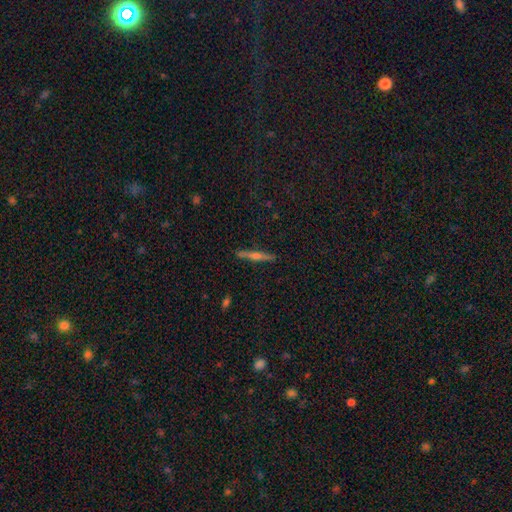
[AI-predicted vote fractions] This is likely a featured or disk galaxy (63%). It is clearly viewed edge-on (97%). Edge-on bulge: likely rounded (77%). Merging: clearly none (90%).